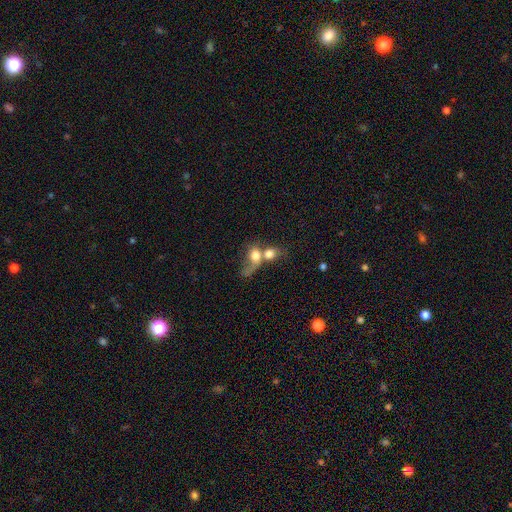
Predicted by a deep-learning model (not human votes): This is likely a smooth galaxy (65%). How rounded: possibly round (49%). Merging: likely merger (72%).